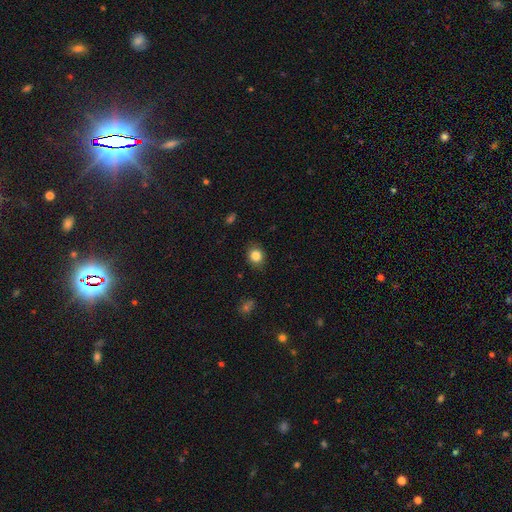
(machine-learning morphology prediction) Smooth or featured?
  - smooth: 84% *
  - star or artifact: 10%
  - featured or disk: 6%
How rounded?
  - round: 66% *
  - in between: 33%
  - cigar-shaped: 1%
Merging?
  - none: 85% *
  - minor disturbance: 11%
  - major disturbance: 3%
  - merger: 1%